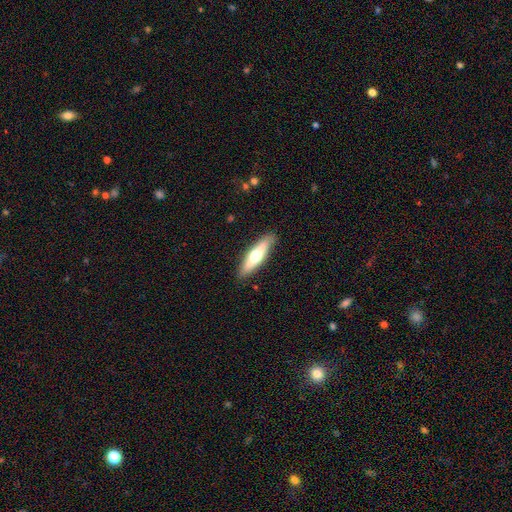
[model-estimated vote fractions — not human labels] The model was most divided on "smooth or featured": featured or disk: 48%, smooth: 46%, star or artifact: 6%. More confident: merging — none (88%).